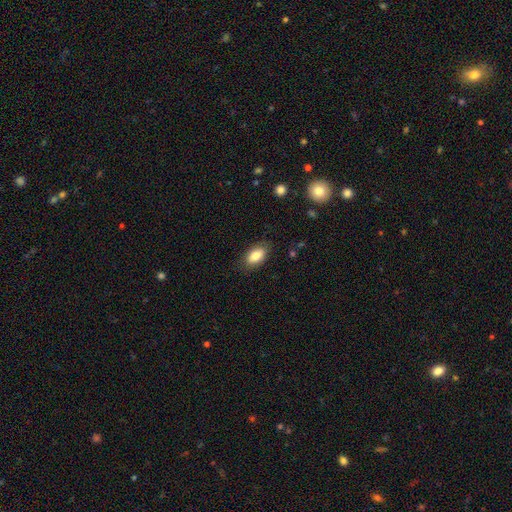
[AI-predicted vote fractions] Morphology: type=smooth (83%); roundness=in between (92%); merging=none (82%).